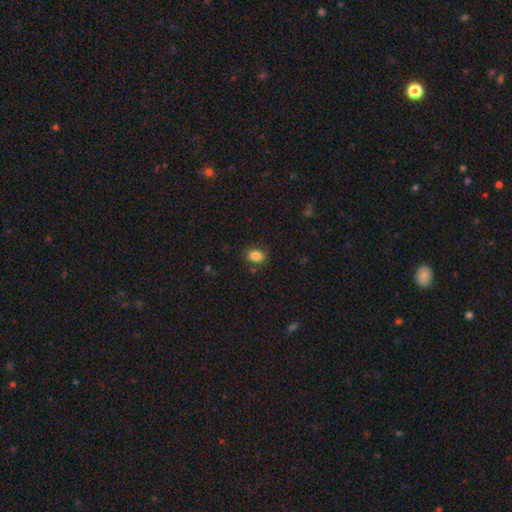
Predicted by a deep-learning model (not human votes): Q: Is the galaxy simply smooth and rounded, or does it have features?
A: smooth — 85%.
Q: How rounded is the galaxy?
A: in between — 77%.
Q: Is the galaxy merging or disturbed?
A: none — 81%.